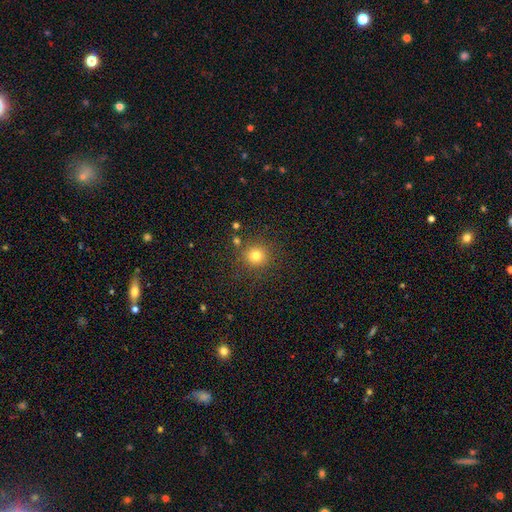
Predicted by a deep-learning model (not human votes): Smooth or featured?
  - smooth: 78% *
  - star or artifact: 15%
  - featured or disk: 7%
How rounded?
  - round: 93% *
  - in between: 6%
  - cigar-shaped: 1%
Merging?
  - none: 85% *
  - minor disturbance: 8%
  - merger: 4%
  - major disturbance: 3%